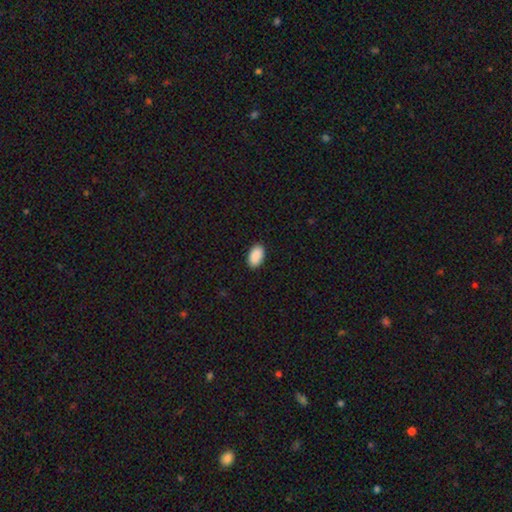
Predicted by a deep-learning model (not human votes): A smooth galaxy with no disk features (91%) that is in between round and cigar-shaped (94%).

Vote fractions:
- Smooth or featured? smooth: 91% / star or artifact: 6% / featured or disk: 2%
- How rounded? in between: 94% / round: 4% / cigar-shaped: 1%
- Merging? none: 90% / minor disturbance: 8% / major disturbance: 2% / merger: 1%